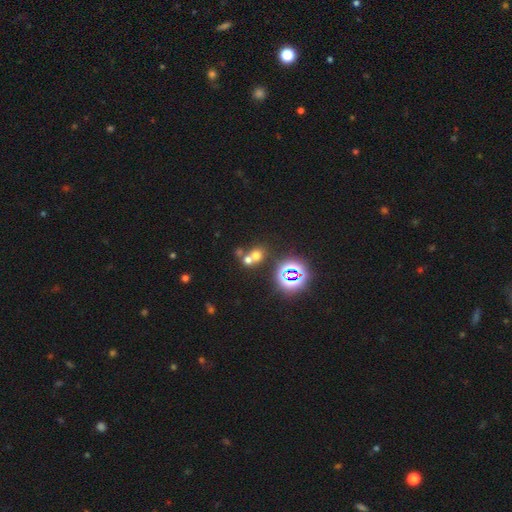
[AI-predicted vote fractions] smooth_or_featured: smooth (p=0.54) [alt: star or artifact p=0.33]
how_rounded: round (p=0.76) [alt: in between p=0.23]
merging: merger (p=0.49) [alt: none p=0.41]